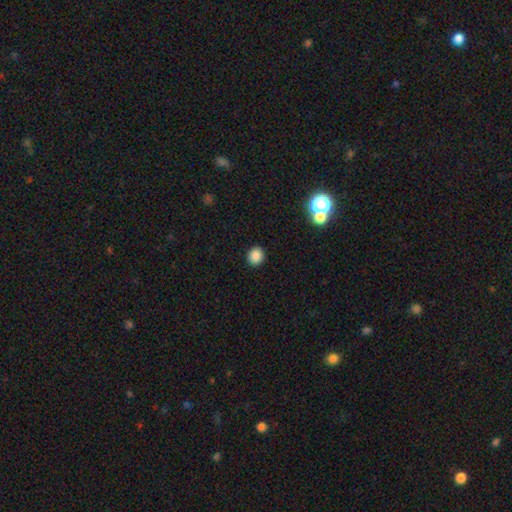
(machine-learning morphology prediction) type=smooth (85%); roundness=round (81%); merging=none (91%).